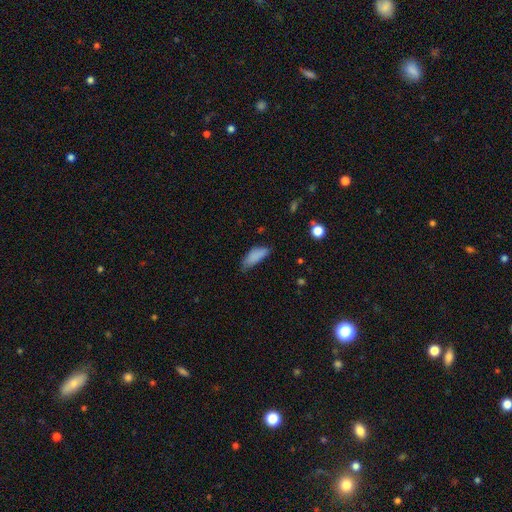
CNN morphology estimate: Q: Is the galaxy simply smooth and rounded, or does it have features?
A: smooth — 84%.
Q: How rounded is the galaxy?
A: in between — 78%.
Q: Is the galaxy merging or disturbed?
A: none — 46%.